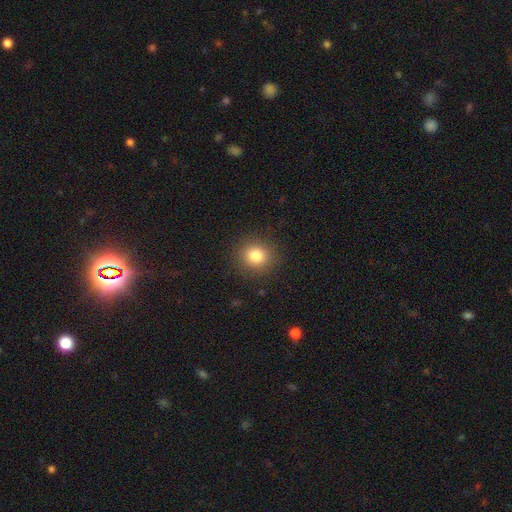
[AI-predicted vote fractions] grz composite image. It shows a smooth galaxy with no disk features (83%) that is round (87%). Merging: none (89%).